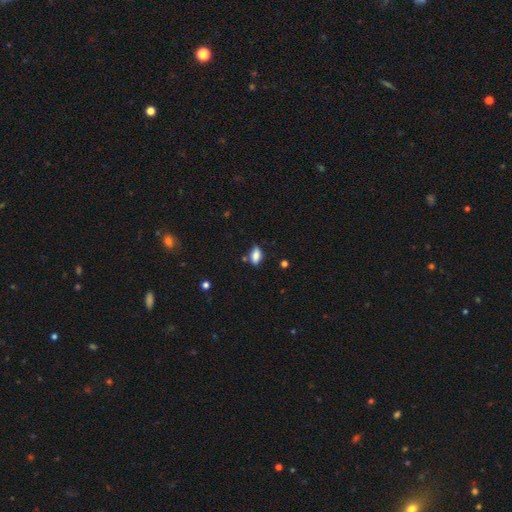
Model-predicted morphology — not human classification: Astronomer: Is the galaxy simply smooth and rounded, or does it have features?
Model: smooth — 83%.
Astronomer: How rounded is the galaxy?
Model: in between — 88%.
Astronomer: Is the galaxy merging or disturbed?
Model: none — 71%.